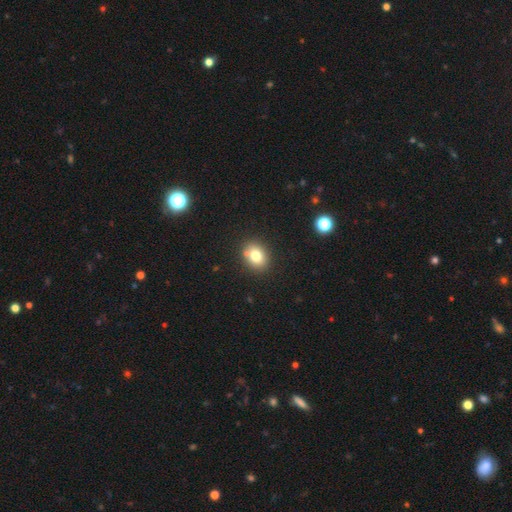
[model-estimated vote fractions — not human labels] Smooth or featured?
  - smooth: 78% *
  - star or artifact: 11%
  - featured or disk: 11%
How rounded?
  - round: 53% *
  - in between: 46%
  - cigar-shaped: 1%
Merging?
  - none: 80% *
  - minor disturbance: 11%
  - merger: 7%
  - major disturbance: 3%